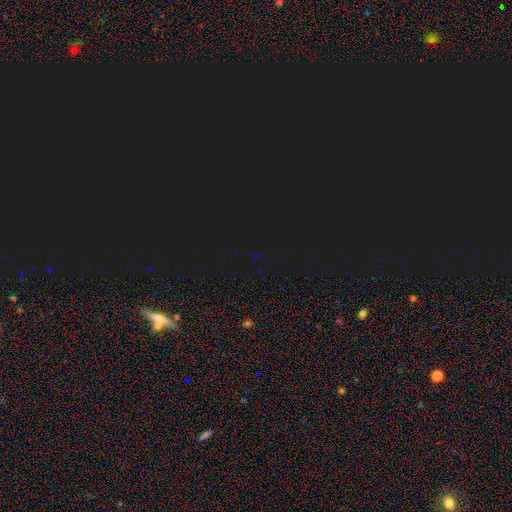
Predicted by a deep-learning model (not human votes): Smooth or featured?
  - star or artifact: 80% *
  - smooth: 13%
  - featured or disk: 7%